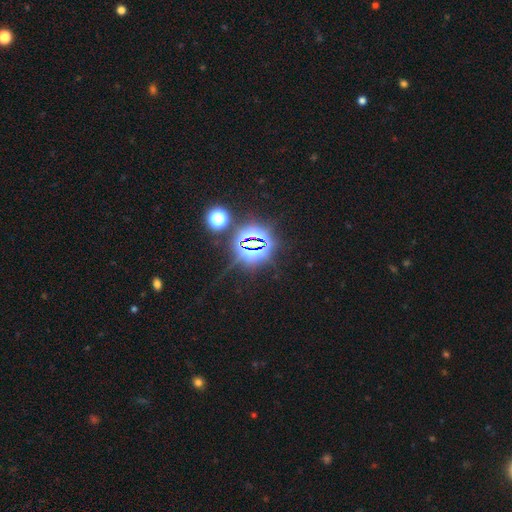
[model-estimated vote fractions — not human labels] This appears to be a star or artifact, not a galaxy (80%).